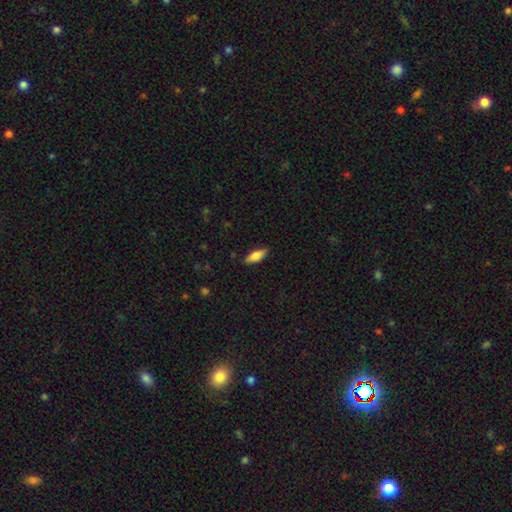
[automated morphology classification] Smooth or featured: smooth — 70% (featured or disk — 24%)
How rounded: in between — 61% (cigar-shaped — 37%)
Merging: none — 87% (minor disturbance — 10%)